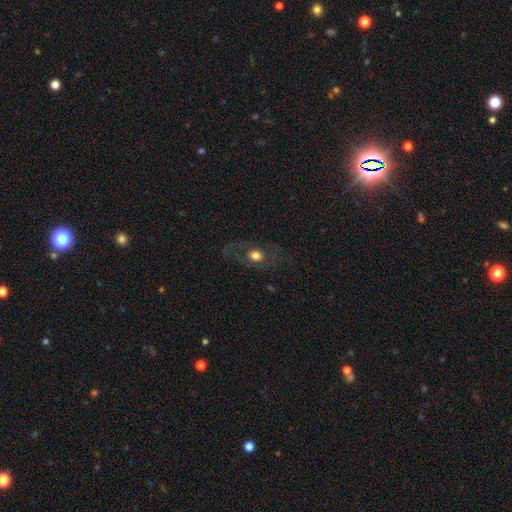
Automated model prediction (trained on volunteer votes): This is possibly a smooth galaxy (52%). How rounded: possibly in between (58%). Merging: likely none (73%).